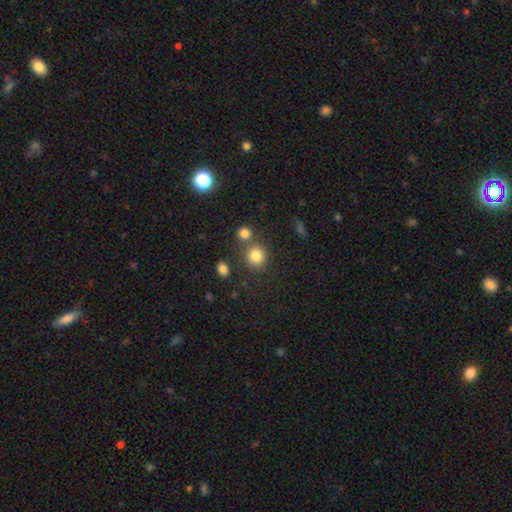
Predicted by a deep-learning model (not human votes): Smooth or featured? Predicted: smooth (p=0.82). How rounded? Predicted: round (p=0.86). Merging? Predicted: none (p=0.72).